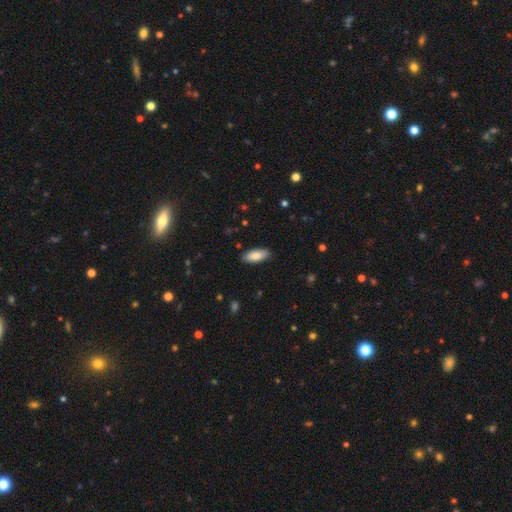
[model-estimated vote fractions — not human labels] This appears to be a smooth galaxy with no disk features (85%) that is in between round and cigar-shaped (83%). Merging: none (88%).